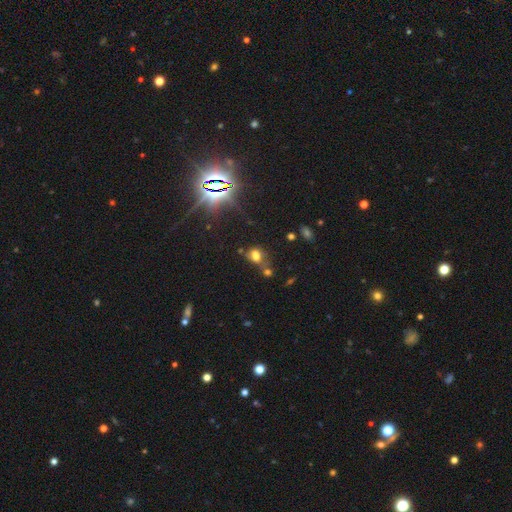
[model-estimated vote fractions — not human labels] Smooth or featured? Predicted: smooth (p=0.59). How rounded? Predicted: in between (p=0.63). Merging? Predicted: none (p=0.38).